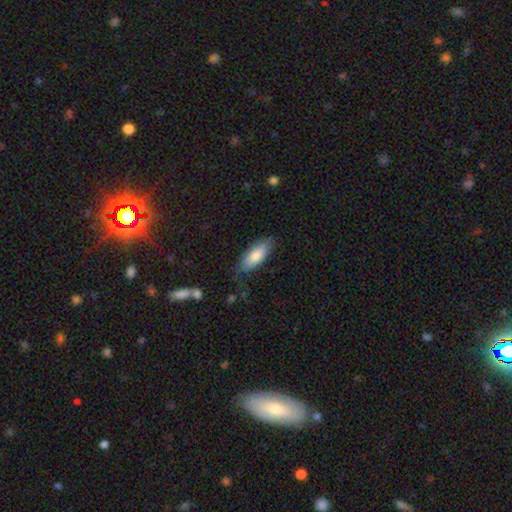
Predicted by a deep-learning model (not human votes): smooth-or-featured: smooth: 78% | featured or disk: 16% | star or artifact: 6%
  how-rounded: in between: 73% | cigar-shaped: 25% | round: 2%
  merging: none: 74% | minor disturbance: 20% | major disturbance: 5% | merger: 2%